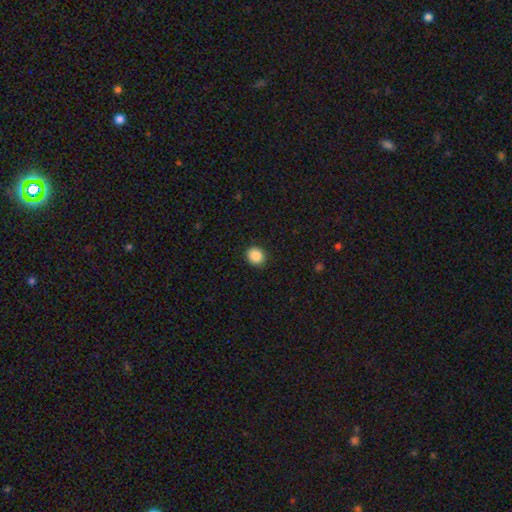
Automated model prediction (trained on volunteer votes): This is clearly a smooth galaxy (88%). How rounded: likely round (77%). Merging: clearly none (91%).